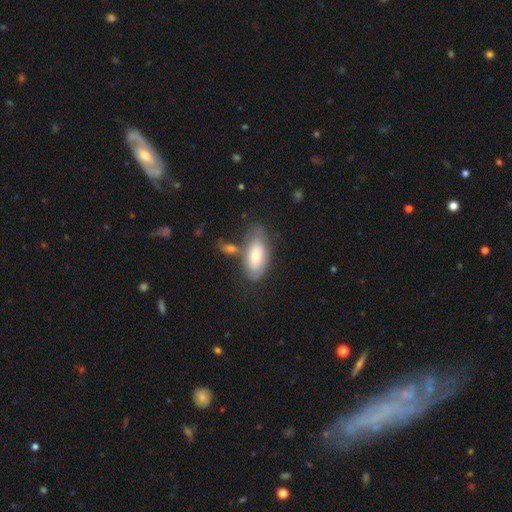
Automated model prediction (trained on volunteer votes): A smooth galaxy with no disk features (67%) that is in between round and cigar-shaped (91%). Merging: none (49%).